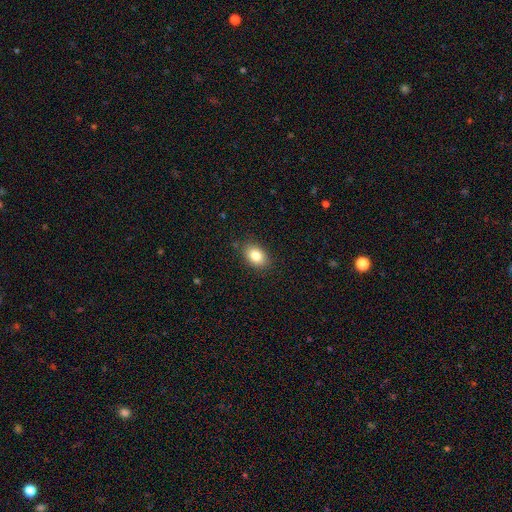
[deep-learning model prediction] This is clearly a smooth galaxy (83%). How rounded: clearly in between (81%). Merging: clearly none (85%).